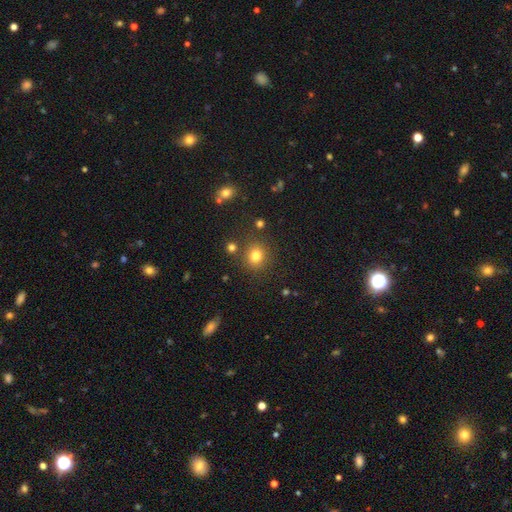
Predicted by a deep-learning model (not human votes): The model was most divided on "smooth or featured": smooth: 79%, star or artifact: 14%, featured or disk: 6%. More confident: merging — none (84%); how rounded — round (83%).